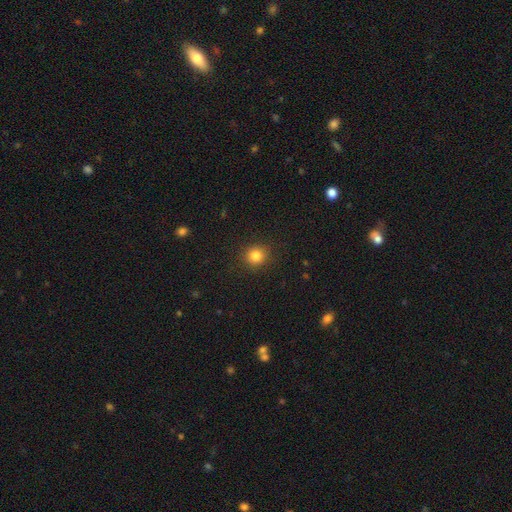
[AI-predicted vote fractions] A smooth galaxy with no disk features (83%) that is round (90%).

Vote fractions:
- Smooth or featured? smooth: 83% / star or artifact: 12% / featured or disk: 5%
- How rounded? round: 90% / in between: 9% / cigar-shaped: 1%
- Merging? none: 90% / minor disturbance: 6% / major disturbance: 2% / merger: 1%